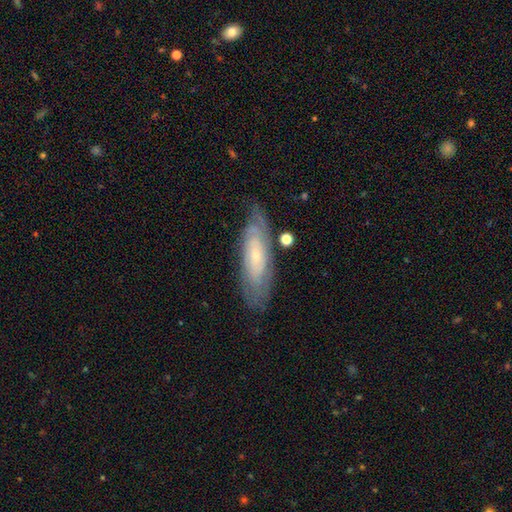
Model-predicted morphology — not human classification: This appears to be a featured or disk galaxy (67%) with no bar (70%), spiral arms (85%) and a small central bulge (73%). Merging: none (73%).